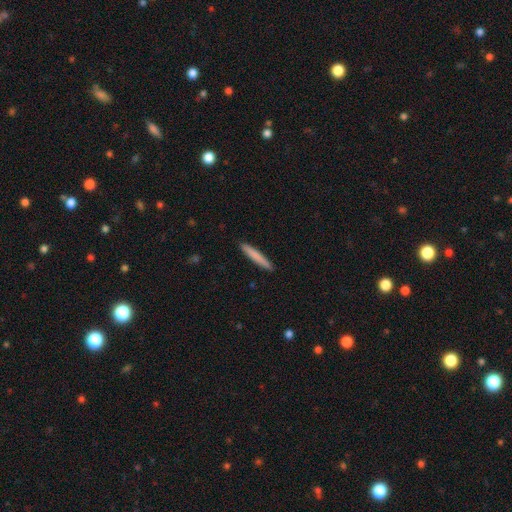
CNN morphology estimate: smooth-or-featured: smooth: 78% | featured or disk: 16% | star or artifact: 5%
  how-rounded: cigar-shaped: 96% | in between: 3% | round: 1%
  merging: none: 92% | minor disturbance: 6% | major disturbance: 1% | merger: 1%